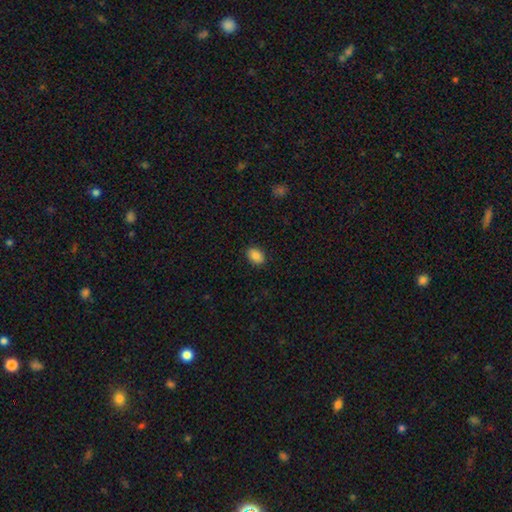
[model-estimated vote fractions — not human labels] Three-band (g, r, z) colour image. It shows a smooth galaxy with no disk features (87%) that is in between round and cigar-shaped (78%). Merging: none (89%).